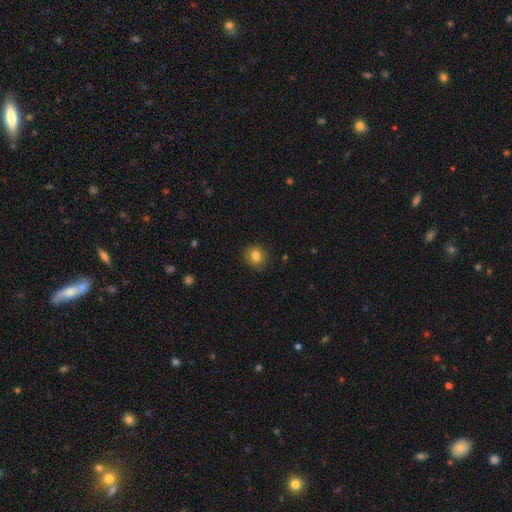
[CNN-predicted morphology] type=smooth (81%); roundness=round (77%); merging=none (86%).